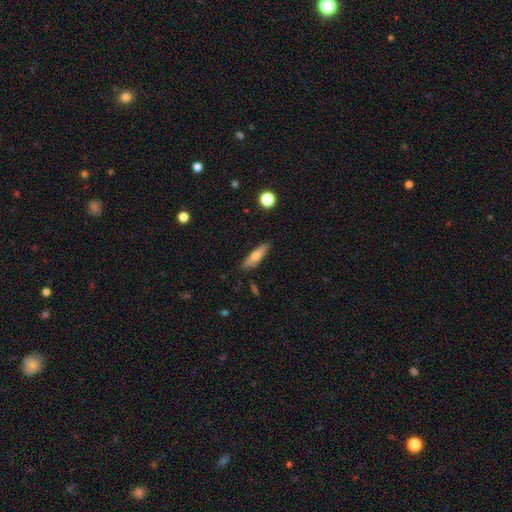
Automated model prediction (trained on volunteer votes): Morphology: type=smooth (61%); roundness=cigar-shaped (66%); merging=none (85%).